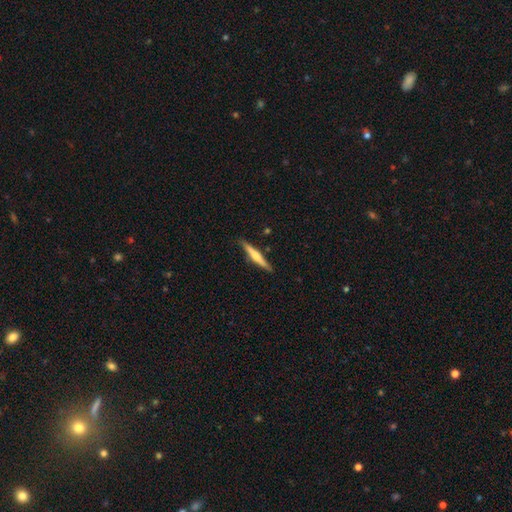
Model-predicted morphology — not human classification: Smooth or featured: featured or disk — 56% (smooth — 38%)
Edge-on disk: yes — 97% (no — 3%)
Edge-on bulge: rounded — 70% (none — 16%)
Merging: none — 88% (minor disturbance — 9%)